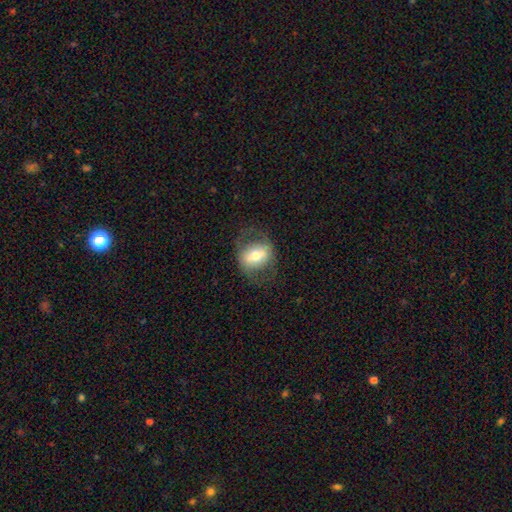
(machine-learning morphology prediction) type=smooth (47%); merging=none (70%).